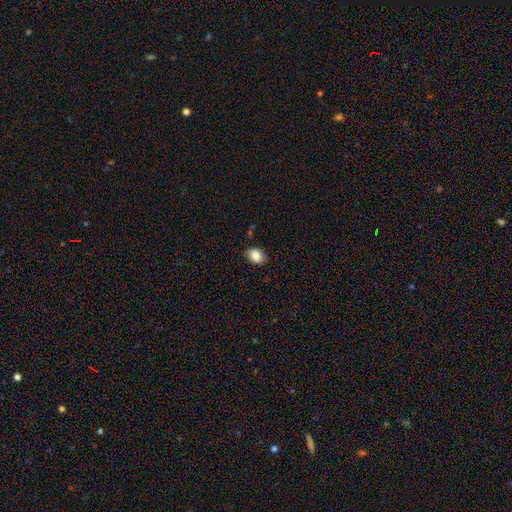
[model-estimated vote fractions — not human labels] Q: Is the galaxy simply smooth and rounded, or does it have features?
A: smooth — 86%.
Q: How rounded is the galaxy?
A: in between — 78%.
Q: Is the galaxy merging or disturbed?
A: none — 81%.